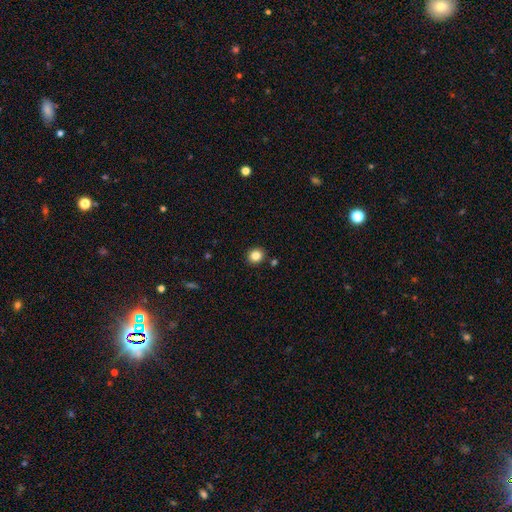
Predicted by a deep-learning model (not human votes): smooth-or-featured: smooth: 84% | star or artifact: 11% | featured or disk: 5%
  how-rounded: round: 83% | in between: 16% | cigar-shaped: 1%
  merging: none: 89% | minor disturbance: 6% | merger: 3% | major disturbance: 2%